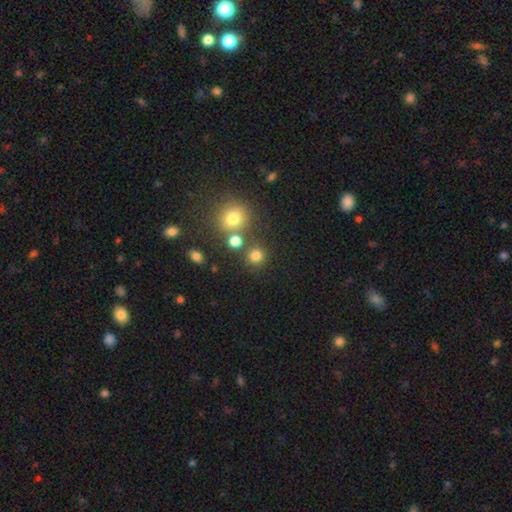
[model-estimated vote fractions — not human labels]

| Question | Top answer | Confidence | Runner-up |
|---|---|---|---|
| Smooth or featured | smooth | 78% | star or artifact (17%) |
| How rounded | round | 90% | in between (9%) |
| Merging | none | 77% | merger (12%) |